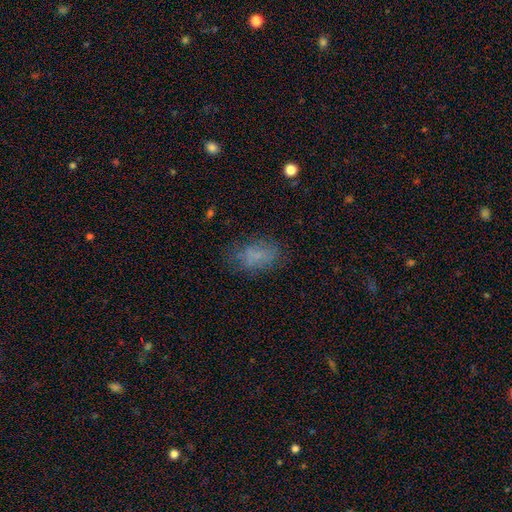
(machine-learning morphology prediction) A smooth galaxy with no disk features (68%) that is in between round and cigar-shaped (86%). Merging: none (65%).